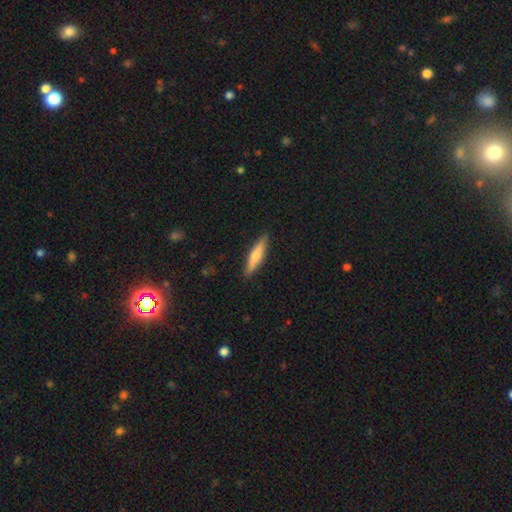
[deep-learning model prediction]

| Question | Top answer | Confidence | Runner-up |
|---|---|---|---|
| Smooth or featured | smooth | 65% | featured or disk (30%) |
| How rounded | cigar-shaped | 84% | in between (15%) |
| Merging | none | 89% | minor disturbance (8%) |